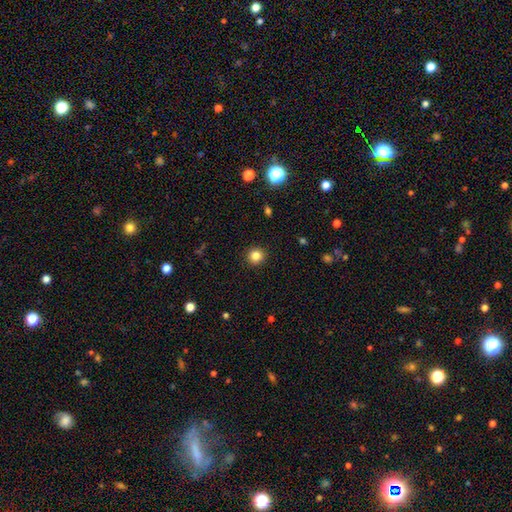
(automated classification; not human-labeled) Smooth or featured: smooth — 84% (star or artifact — 12%)
How rounded: round — 93% (in between — 6%)
Merging: none — 92% (minor disturbance — 5%)